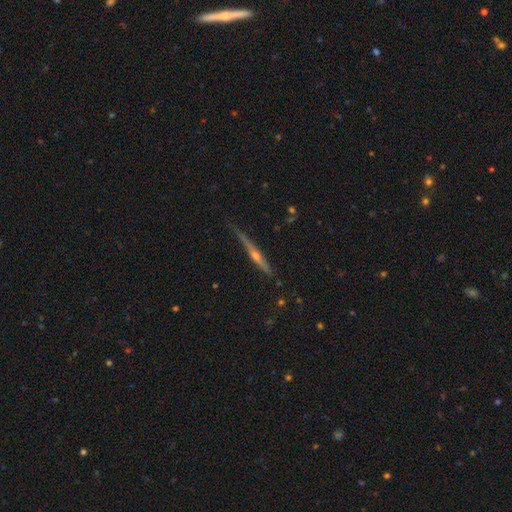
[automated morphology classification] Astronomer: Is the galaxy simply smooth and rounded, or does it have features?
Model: featured or disk — 75%.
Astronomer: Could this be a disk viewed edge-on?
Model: yes — 97%.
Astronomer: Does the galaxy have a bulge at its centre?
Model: rounded — 84%.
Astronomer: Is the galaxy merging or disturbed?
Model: none — 72%.